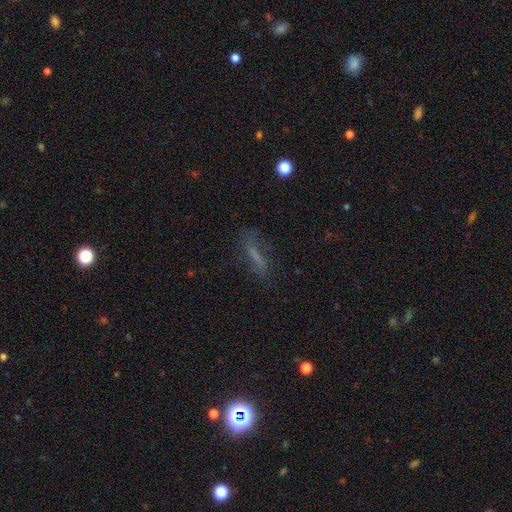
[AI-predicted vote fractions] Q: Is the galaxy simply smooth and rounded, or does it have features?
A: smooth — 47%.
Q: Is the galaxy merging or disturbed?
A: none — 63%.